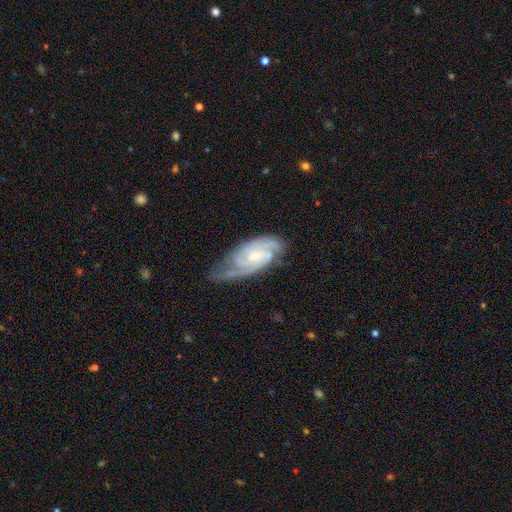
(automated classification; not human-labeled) This appears to be a featured or disk galaxy (88%) with no bar (46%), 2 (46%) tight (54%) spiral arms (98%) and a small central bulge (58%). Merging: none (66%).